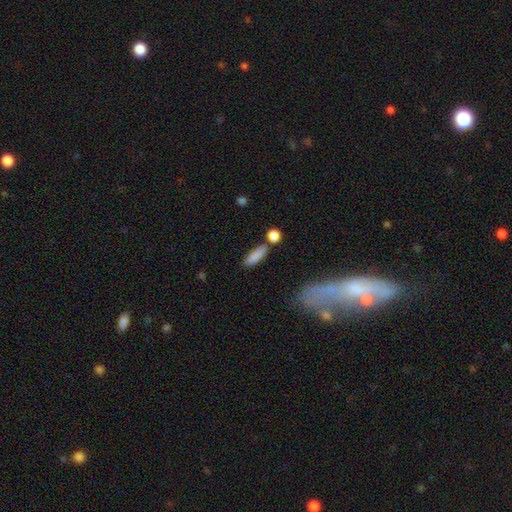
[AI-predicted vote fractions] Smooth or featured? smooth (85%)
How rounded? in between (51%)
Merging? none (69%)